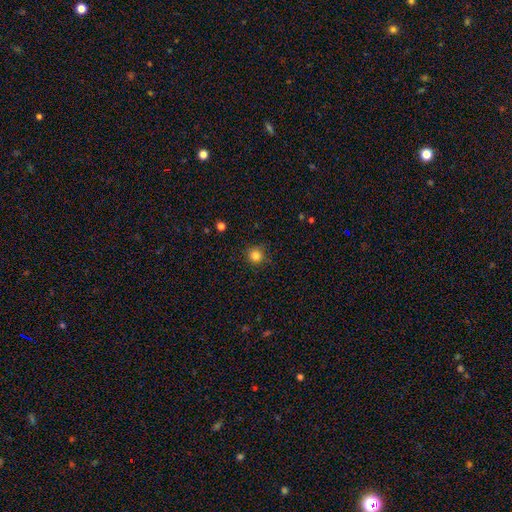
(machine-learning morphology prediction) smooth-or-featured: smooth: 83% | star or artifact: 12% | featured or disk: 4%
  how-rounded: round: 94% | in between: 5% | cigar-shaped: 1%
  merging: none: 87% | minor disturbance: 10% | major disturbance: 3% | merger: 1%